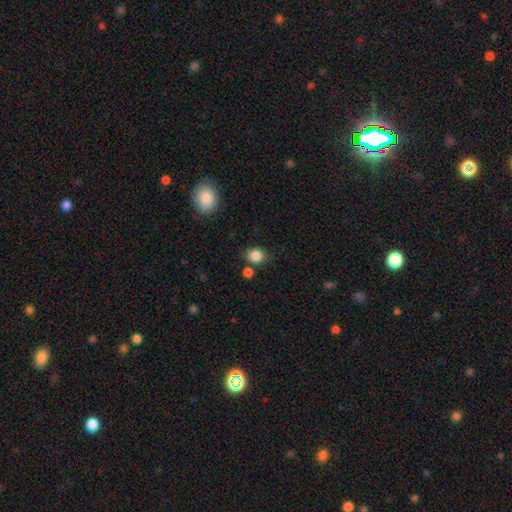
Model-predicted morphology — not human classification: Smooth or featured? Predicted: smooth (p=0.85). How rounded? Predicted: round (p=0.64). Merging? Predicted: none (p=0.75).